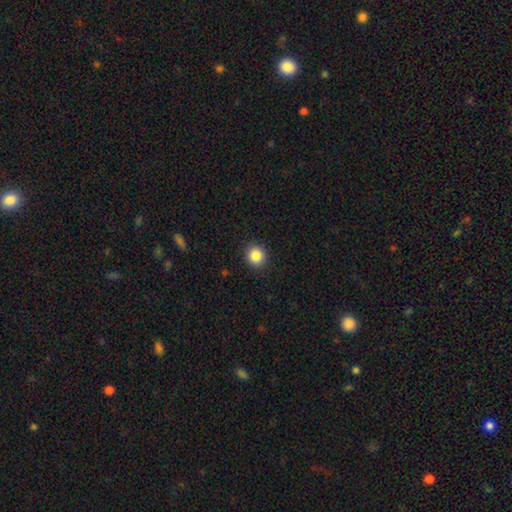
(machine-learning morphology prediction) The model was most divided on "how rounded": round: 87%, in between: 12%, cigar-shaped: 1%. More confident: merging — none (91%); smooth or featured — smooth (86%).